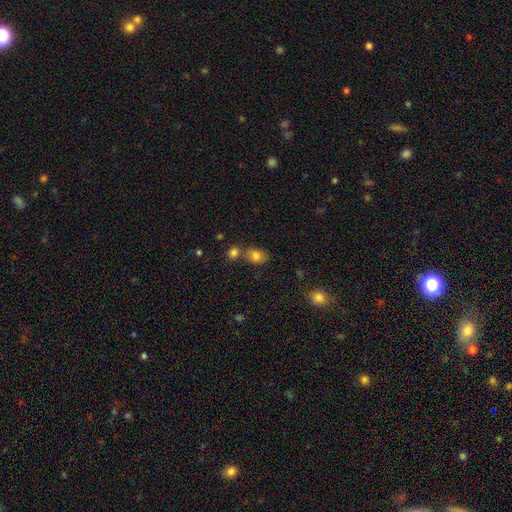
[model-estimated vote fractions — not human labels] smooth 79%, star or artifact 11%, featured or disk 9%. Down the decision tree: how rounded — in between (65%); merging — none (57%).